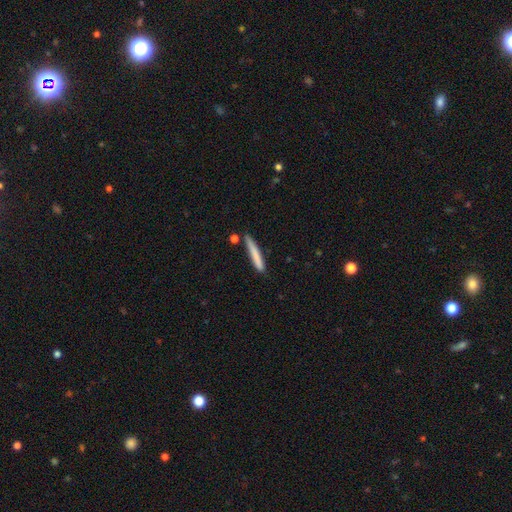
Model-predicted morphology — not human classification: Q: Smooth or featured?
A: smooth (75%); runner-up: featured or disk (18%)
Q: How rounded?
A: cigar-shaped (95%); runner-up: in between (4%)
Q: Merging?
A: none (78%); runner-up: minor disturbance (14%)